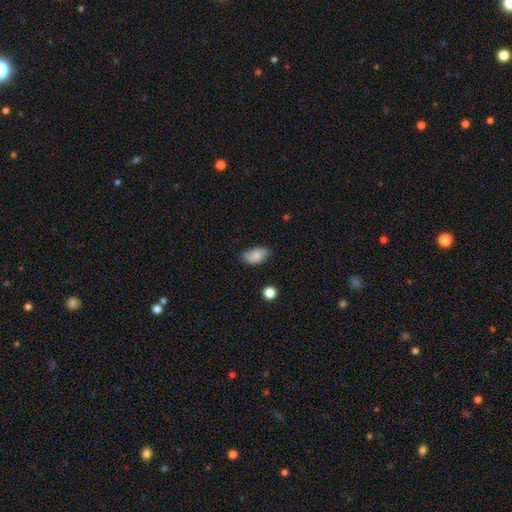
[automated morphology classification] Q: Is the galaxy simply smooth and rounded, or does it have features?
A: smooth — 80%.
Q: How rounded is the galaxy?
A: in between — 91%.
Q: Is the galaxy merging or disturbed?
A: none — 60%.